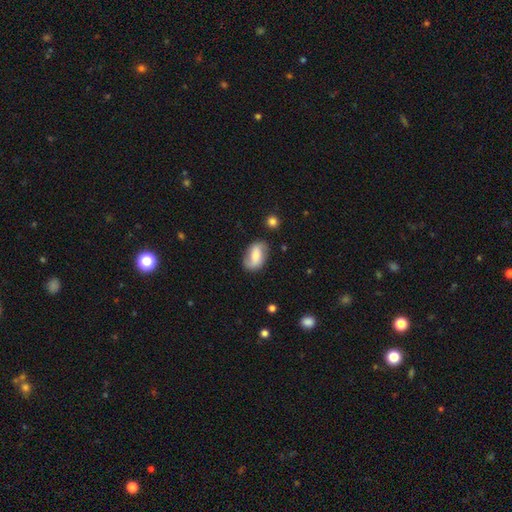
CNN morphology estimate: A smooth galaxy with no disk features (52%) that is in between round and cigar-shaped (87%). Merging: none (74%).